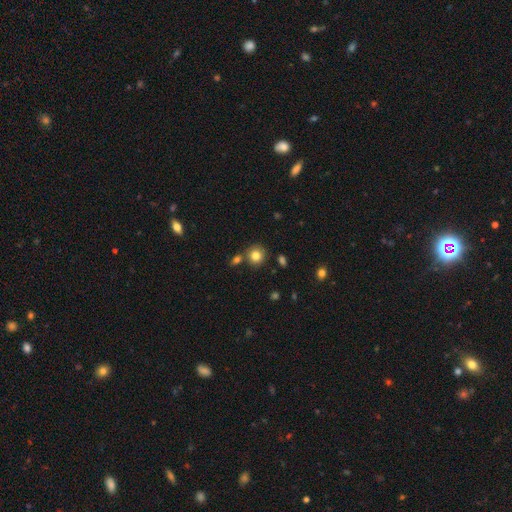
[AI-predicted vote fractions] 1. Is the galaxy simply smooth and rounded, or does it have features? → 82% smooth, 11% star or artifact, 7% featured or disk.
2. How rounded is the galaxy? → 88% round, 11% in between, 1% cigar-shaped.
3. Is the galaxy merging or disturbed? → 77% none, 12% merger, 9% minor disturbance, 3% major disturbance.